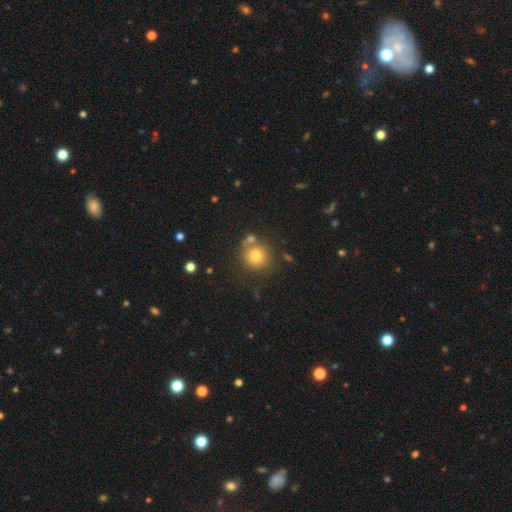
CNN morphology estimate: A smooth galaxy with no disk features (77%) that is round (91%). Merging: none (67%).